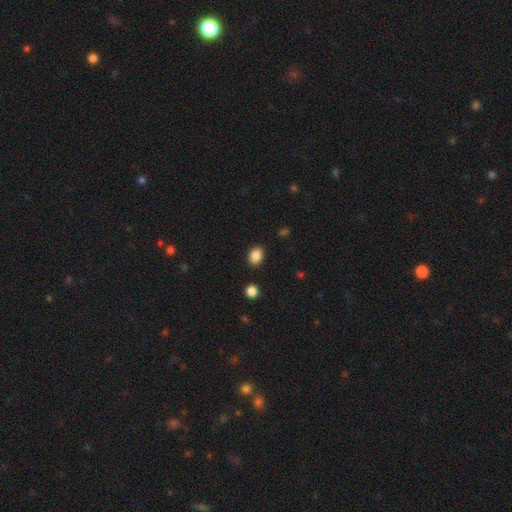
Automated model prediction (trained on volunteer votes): smooth_or_featured: smooth (p=0.87) [alt: star or artifact p=0.09]
how_rounded: in between (p=0.65) [alt: round p=0.34]
merging: none (p=0.87) [alt: minor disturbance p=0.08]